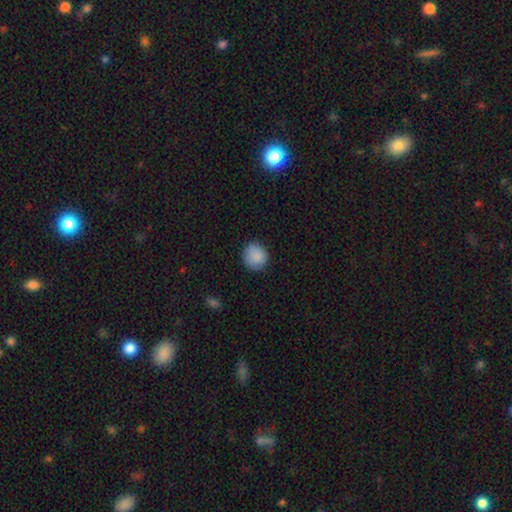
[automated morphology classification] The model was most divided on "merging": none: 85%, minor disturbance: 11%, major disturbance: 2%, merger: 1%. More confident: how rounded — round (88%); smooth or featured — smooth (88%).